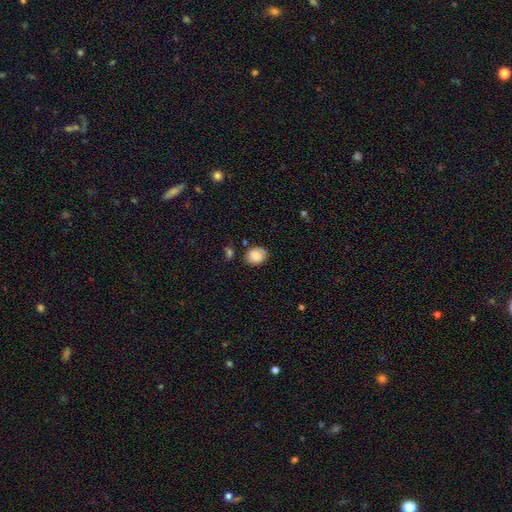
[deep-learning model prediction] A smooth galaxy with no disk features (86%) that is in between round and cigar-shaped (56%).

Vote fractions:
- Smooth or featured? smooth: 86% / star or artifact: 8% / featured or disk: 7%
- How rounded? in between: 56% / round: 43% / cigar-shaped: 1%
- Merging? none: 82% / minor disturbance: 12% / merger: 3% / major disturbance: 3%